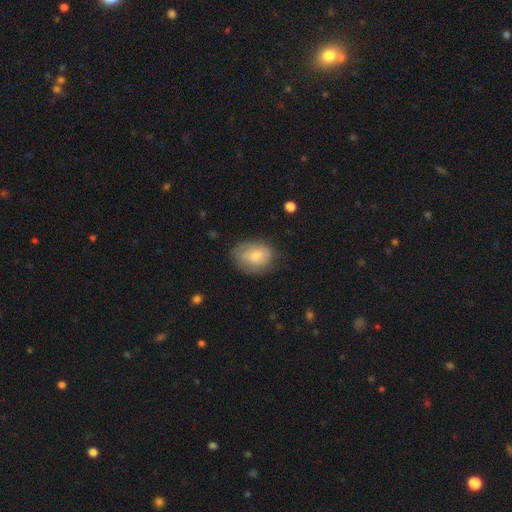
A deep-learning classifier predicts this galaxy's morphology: A smooth galaxy with no disk features (75%) that is in between round and cigar-shaped (63%). Merging: none (69%).